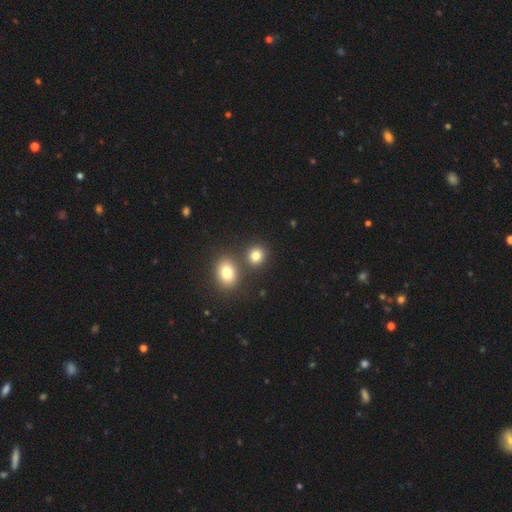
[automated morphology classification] This appears to be a smooth galaxy with no disk features (80%) that is round (76%). Merging: none (73%).